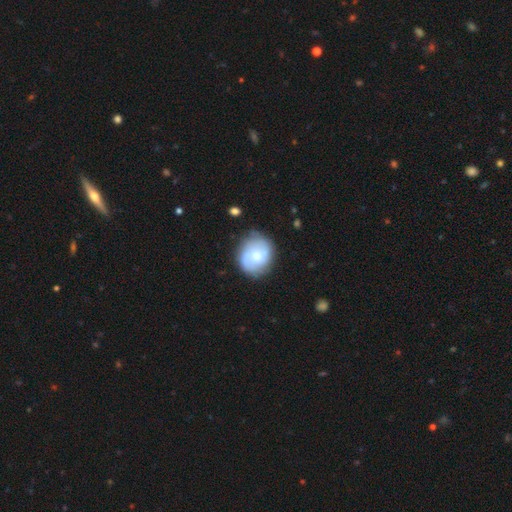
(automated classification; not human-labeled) Smooth or featured?
  - smooth: 48% *
  - featured or disk: 45%
  - star or artifact: 7%
Merging?
  - none: 72% *
  - minor disturbance: 19%
  - major disturbance: 6%
  - merger: 3%